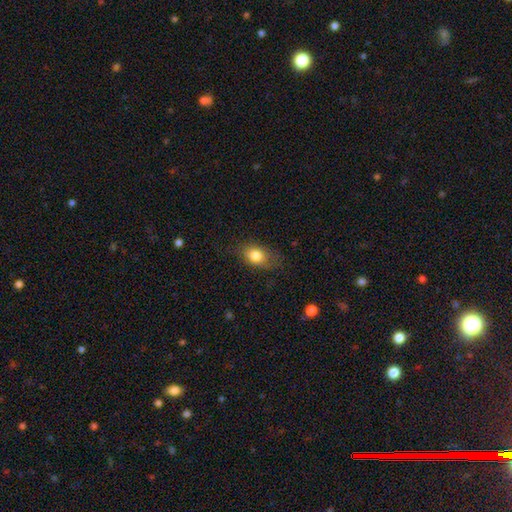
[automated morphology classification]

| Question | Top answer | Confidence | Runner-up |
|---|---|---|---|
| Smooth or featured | smooth | 80% | featured or disk (11%) |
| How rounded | in between | 73% | round (24%) |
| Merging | none | 69% | minor disturbance (22%) |